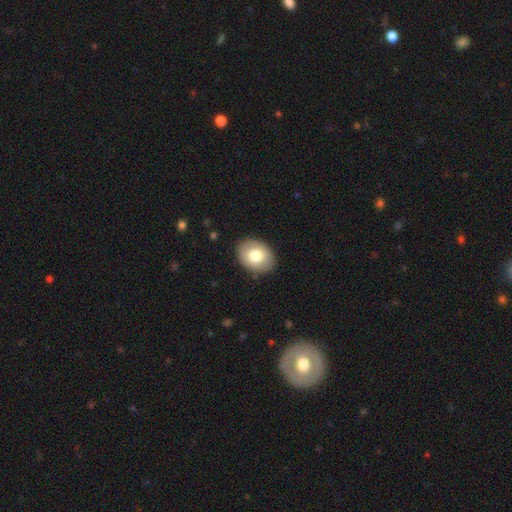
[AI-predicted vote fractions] Overall: smooth (76%). How rounded: in between (66%; round 33%). Merging: none (87%).